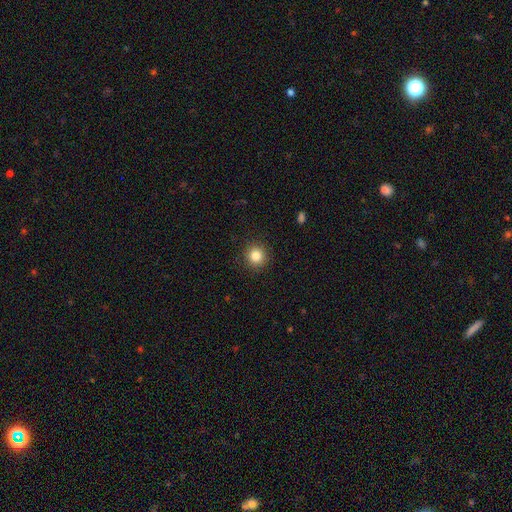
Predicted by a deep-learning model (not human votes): smooth_or_featured: smooth (p=0.84) [alt: star or artifact p=0.11]
how_rounded: round (p=0.93) [alt: in between p=0.06]
merging: none (p=0.91) [alt: minor disturbance p=0.06]